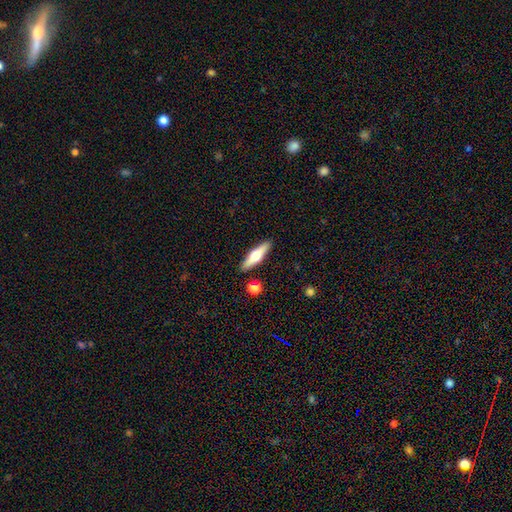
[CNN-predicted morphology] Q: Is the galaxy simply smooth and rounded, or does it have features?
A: smooth — 49%.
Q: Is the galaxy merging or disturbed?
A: none — 88%.